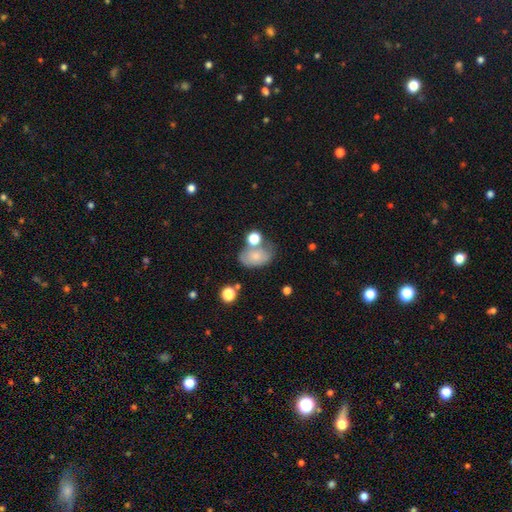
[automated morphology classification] A smooth galaxy with no disk features (70%) that is in between round and cigar-shaped (83%).

Vote fractions:
- Smooth or featured? smooth: 70% / featured or disk: 20% / star or artifact: 10%
- How rounded? in between: 83% / round: 15% / cigar-shaped: 1%
- Merging? none: 43% / minor disturbance: 24% / merger: 21% / major disturbance: 12%